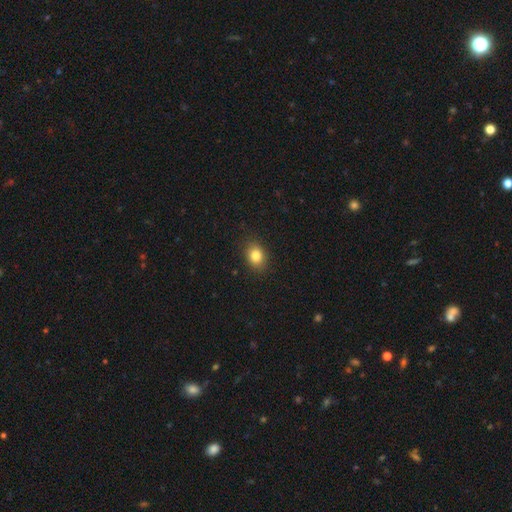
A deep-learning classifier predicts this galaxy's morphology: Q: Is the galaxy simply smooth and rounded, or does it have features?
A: smooth — 83%.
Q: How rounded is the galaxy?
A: in between — 57%.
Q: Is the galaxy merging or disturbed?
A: none — 87%.